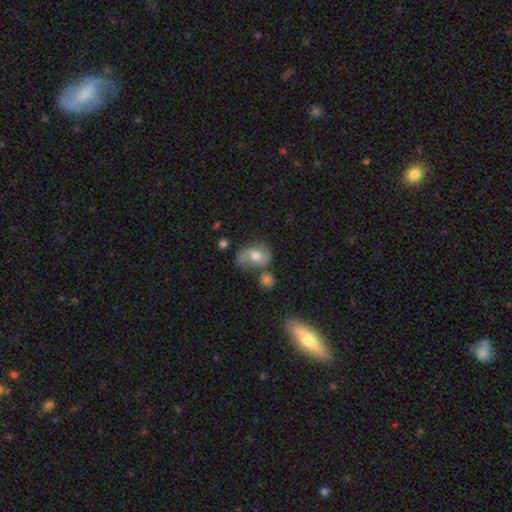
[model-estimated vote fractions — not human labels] Smooth or featured? featured or disk (58%)
Edge-on disk? no (96%)
Bar? no (59%)
Spiral arms? yes (83%)
Bulge size? moderate (63%)
Merging? none (50%)